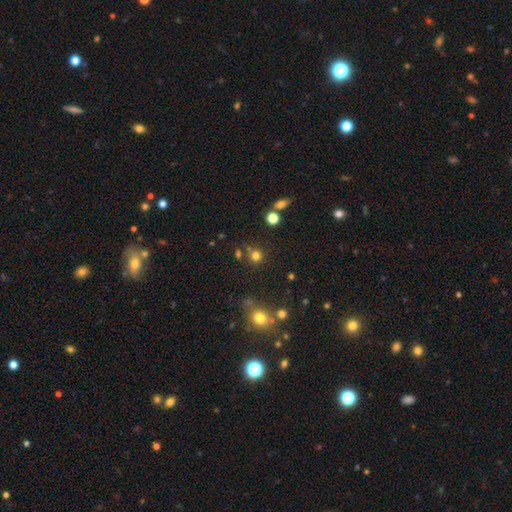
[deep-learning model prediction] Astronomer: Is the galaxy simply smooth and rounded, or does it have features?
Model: smooth — 74%.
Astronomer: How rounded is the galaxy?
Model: round — 92%.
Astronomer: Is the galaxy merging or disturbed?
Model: none — 76%.